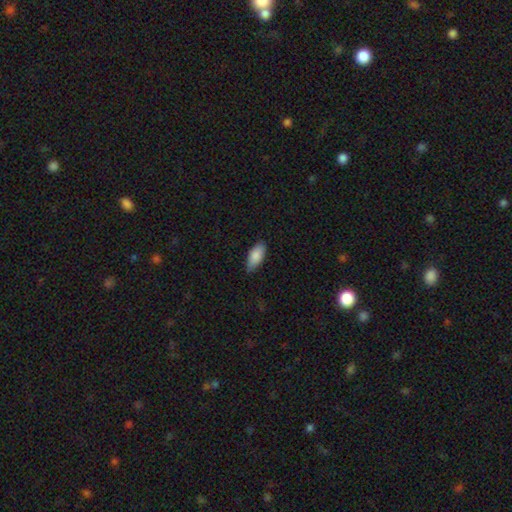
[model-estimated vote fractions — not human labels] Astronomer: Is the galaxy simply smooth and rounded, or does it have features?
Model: smooth — 88%.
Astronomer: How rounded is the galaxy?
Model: in between — 88%.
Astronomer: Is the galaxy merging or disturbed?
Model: none — 76%.